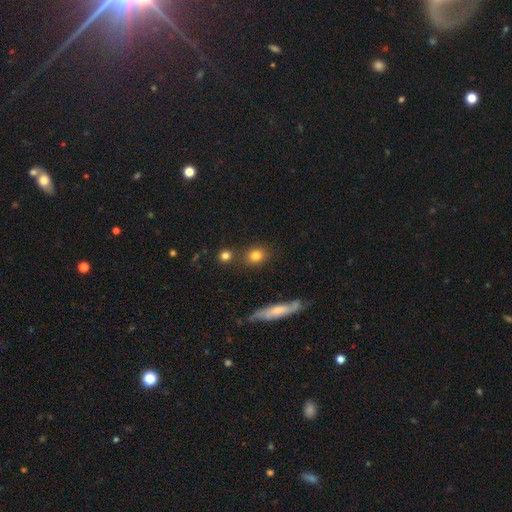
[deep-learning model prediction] smooth_or_featured: smooth (p=0.79) [alt: star or artifact p=0.11]
how_rounded: round (p=0.73) [alt: in between p=0.24]
merging: none (p=0.78) [alt: minor disturbance p=0.10]